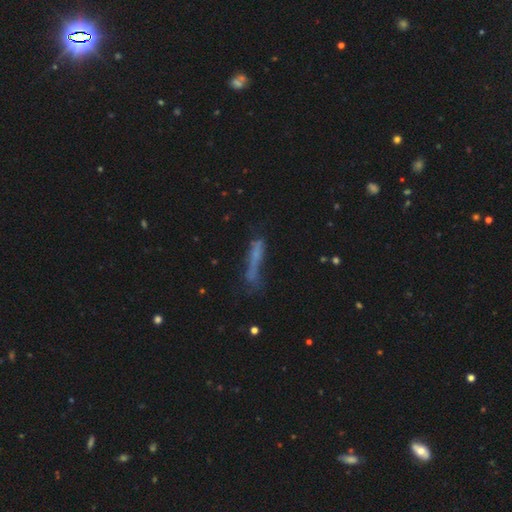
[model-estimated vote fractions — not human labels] smooth-or-featured: smooth: 52% | featured or disk: 33% | star or artifact: 16%
  how-rounded: cigar-shaped: 86% | in between: 12% | round: 2%
  merging: none: 42% | major disturbance: 24% | minor disturbance: 23% | merger: 12%